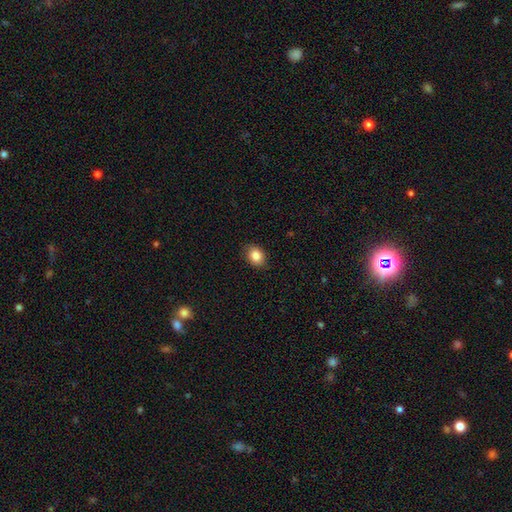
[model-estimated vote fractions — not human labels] Q: Smooth or featured?
A: smooth (86%); runner-up: star or artifact (9%)
Q: How rounded?
A: in between (54%); runner-up: round (45%)
Q: Merging?
A: none (87%); runner-up: minor disturbance (10%)